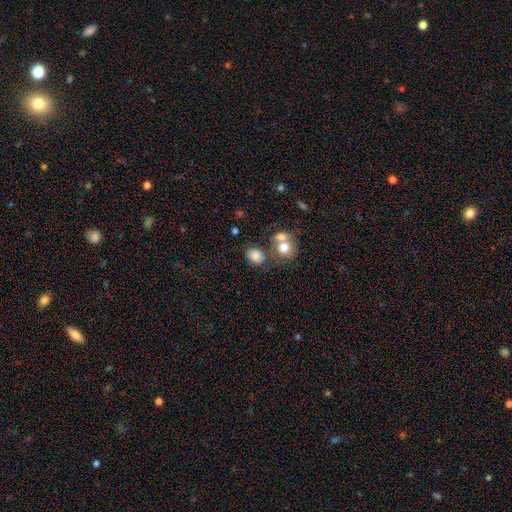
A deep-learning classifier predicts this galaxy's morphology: Overall: smooth (80%). How rounded: in between (57%; round 42%). Merging: none (52%; merger 27%).